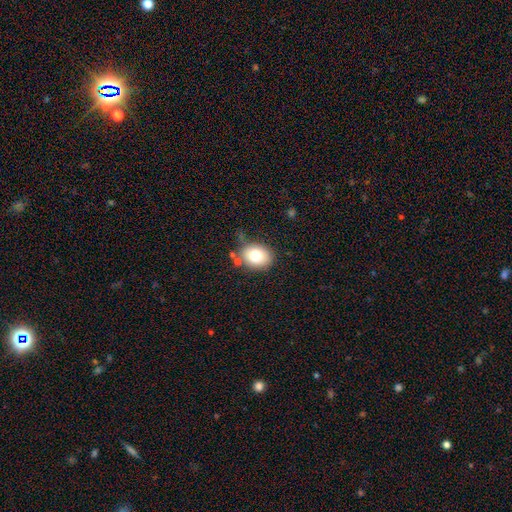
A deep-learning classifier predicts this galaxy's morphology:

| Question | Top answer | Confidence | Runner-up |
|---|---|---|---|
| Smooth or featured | smooth | 77% | featured or disk (13%) |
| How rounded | in between | 53% | round (46%) |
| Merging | none | 75% | minor disturbance (15%) |